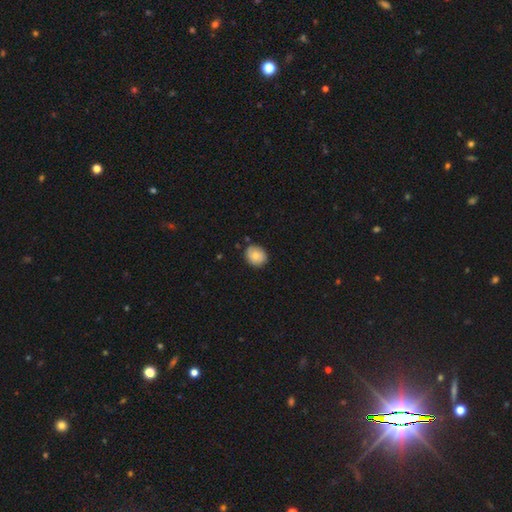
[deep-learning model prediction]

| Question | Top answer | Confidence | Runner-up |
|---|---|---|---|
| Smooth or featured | smooth | 79% | featured or disk (13%) |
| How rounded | round | 69% | in between (30%) |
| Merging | none | 80% | minor disturbance (15%) |